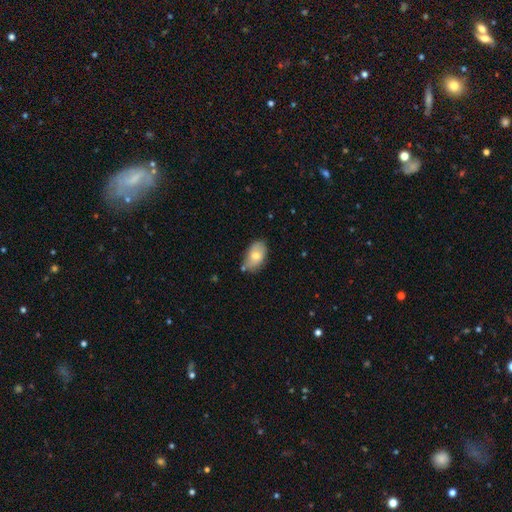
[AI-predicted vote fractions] smooth-or-featured: smooth: 71% | featured or disk: 22% | star or artifact: 7%
  how-rounded: in between: 91% | round: 7% | cigar-shaped: 2%
  merging: none: 67% | minor disturbance: 23% | merger: 5% | major disturbance: 4%